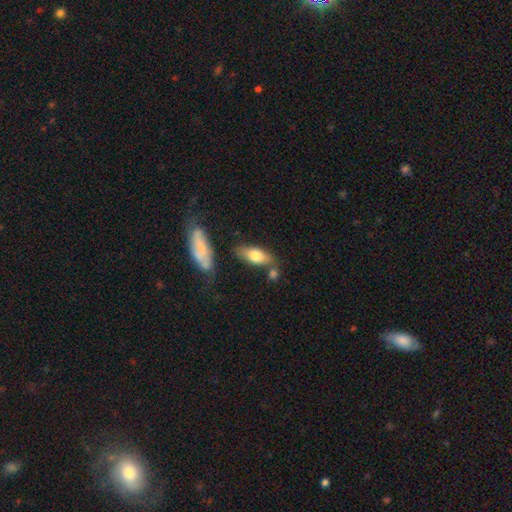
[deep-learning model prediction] Morphology: type=smooth (71%); roundness=in between (76%); merging=none (65%).